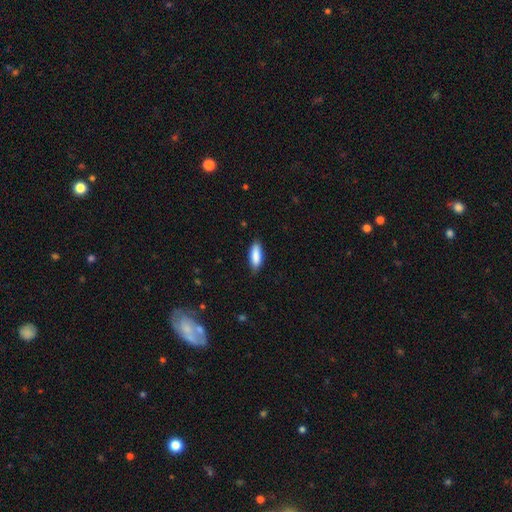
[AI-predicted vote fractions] Smooth or featured? Predicted: smooth (p=0.87). How rounded? Predicted: in between (p=0.62). Merging? Predicted: none (p=0.81).